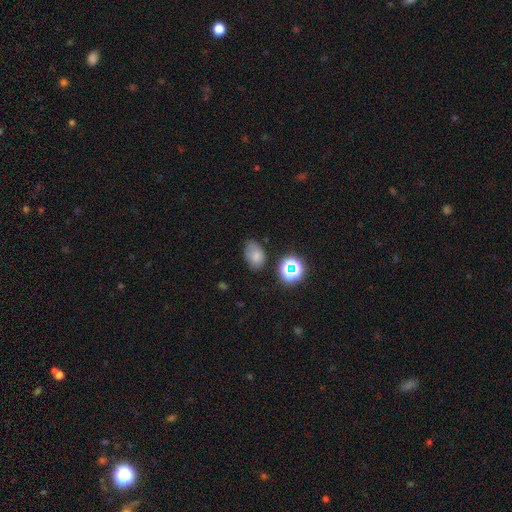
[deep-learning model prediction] This is likely a smooth galaxy (73%). How rounded: clearly in between (81%). Merging: likely none (64%).